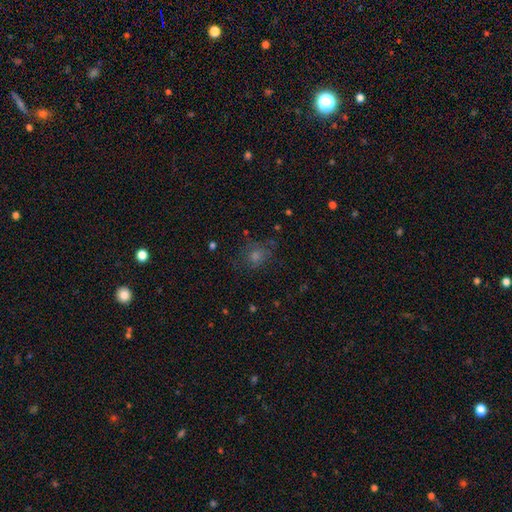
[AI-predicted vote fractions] Morphology: type=smooth (54%); roundness=round (78%); merging=none (74%).